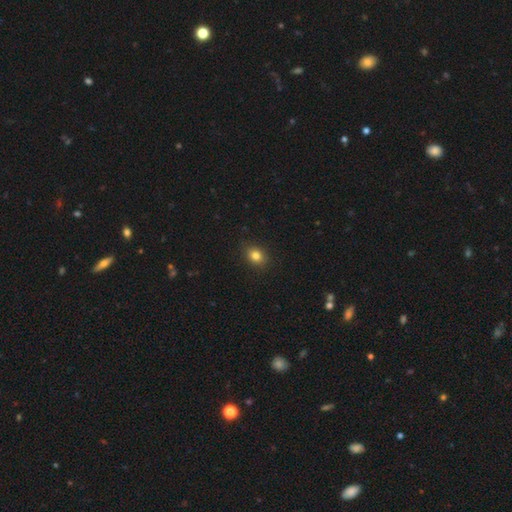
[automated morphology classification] The model was most divided on "how rounded": in between: 54%, round: 45%, cigar-shaped: 1%. More confident: merging — none (89%); smooth or featured — smooth (83%).